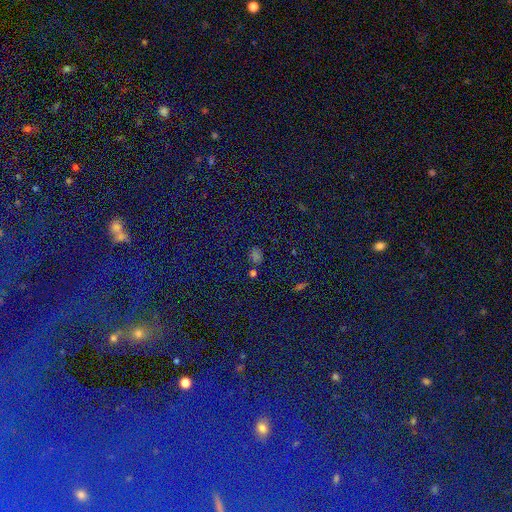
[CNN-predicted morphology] Q: Smooth or featured?
A: smooth (51%); runner-up: star or artifact (42%)
Q: How rounded?
A: in between (52%); runner-up: round (46%)
Q: Merging?
A: none (75%); runner-up: minor disturbance (14%)